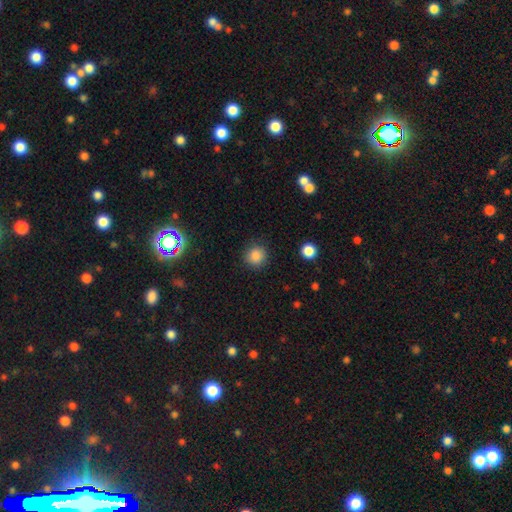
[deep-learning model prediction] smooth_or_featured: smooth (p=0.86) [alt: star or artifact p=0.11]
how_rounded: round (p=0.91) [alt: in between p=0.08]
merging: none (p=0.89) [alt: minor disturbance p=0.07]